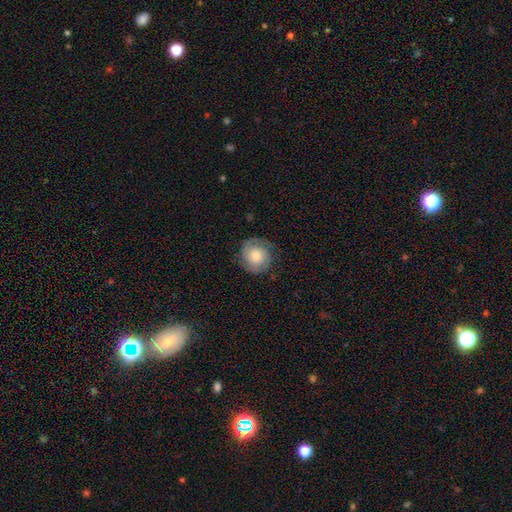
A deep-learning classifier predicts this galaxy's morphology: Smooth or featured?
  - featured or disk: 53% *
  - smooth: 40%
  - star or artifact: 7%
Edge-on disk?
  - no: 97% *
  - yes: 3%
Bar?
  - no: 79% *
  - weak: 18%
  - strong: 3%
Spiral arms?
  - yes: 88% *
  - no: 12%
Bulge size?
  - moderate: 50% *
  - large: 27%
  - small: 16%
  - dominant: 4%
  - none: 4%
Merging?
  - none: 78% *
  - minor disturbance: 15%
  - major disturbance: 6%
  - merger: 1%